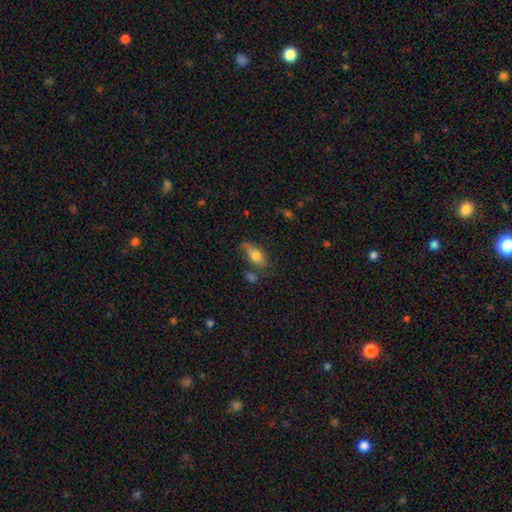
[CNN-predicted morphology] Overall: smooth (71%). How rounded: in between (82%). Merging: none (48%; minor disturbance 29%).